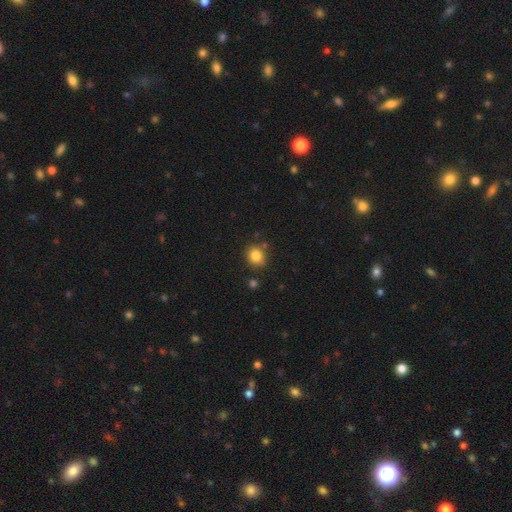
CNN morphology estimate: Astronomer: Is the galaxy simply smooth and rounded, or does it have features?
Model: smooth — 84%.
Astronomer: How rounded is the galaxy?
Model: round — 73%.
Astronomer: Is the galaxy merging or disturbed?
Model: none — 77%.